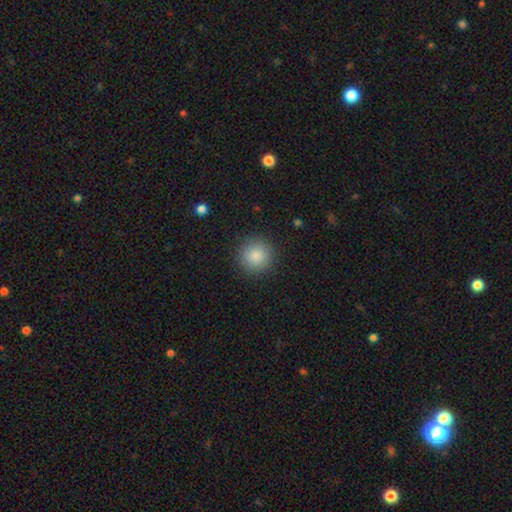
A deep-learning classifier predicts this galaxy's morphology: Q: Smooth or featured?
A: smooth (86%); runner-up: star or artifact (9%)
Q: How rounded?
A: round (94%); runner-up: in between (5%)
Q: Merging?
A: none (90%); runner-up: minor disturbance (6%)